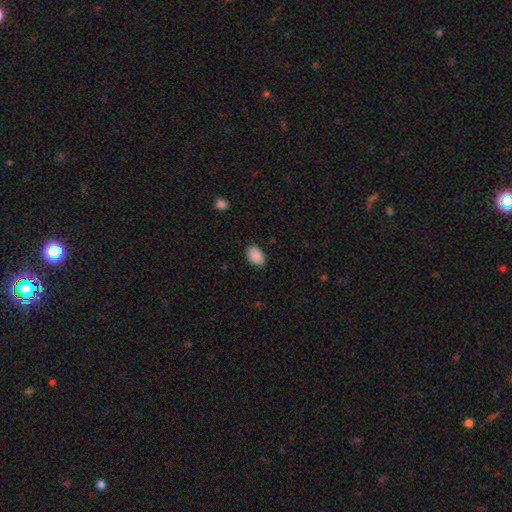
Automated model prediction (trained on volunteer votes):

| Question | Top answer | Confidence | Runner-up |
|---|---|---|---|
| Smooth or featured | smooth | 90% | star or artifact (7%) |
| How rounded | in between | 87% | round (12%) |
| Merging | none | 85% | minor disturbance (12%) |